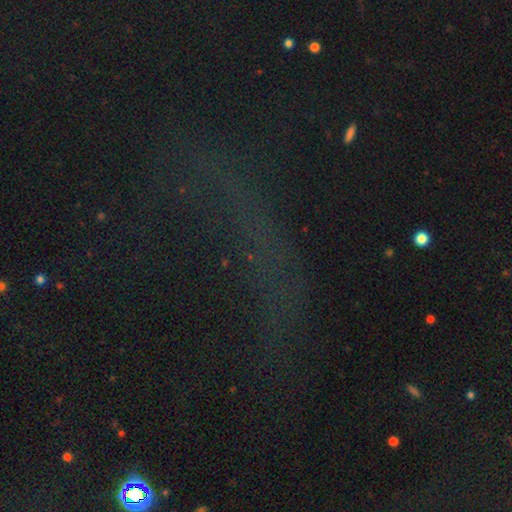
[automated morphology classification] smooth_or_featured: star or artifact (p=0.54) [alt: smooth p=0.26]